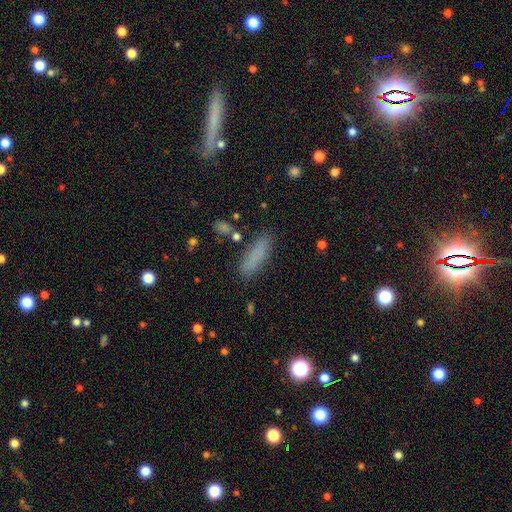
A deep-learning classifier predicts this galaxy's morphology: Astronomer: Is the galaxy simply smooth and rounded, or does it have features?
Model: smooth — 82%.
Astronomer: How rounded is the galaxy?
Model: cigar-shaped — 64%.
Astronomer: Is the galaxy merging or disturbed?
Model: none — 85%.